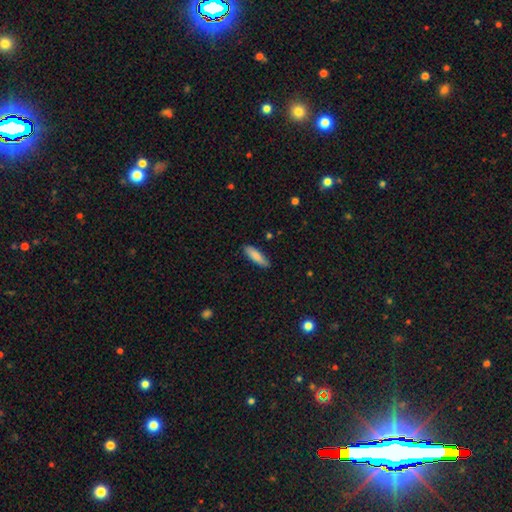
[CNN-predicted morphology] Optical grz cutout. It shows a smooth galaxy with no disk features (85%) that is cigar-shaped (58%). Merging: none (83%).